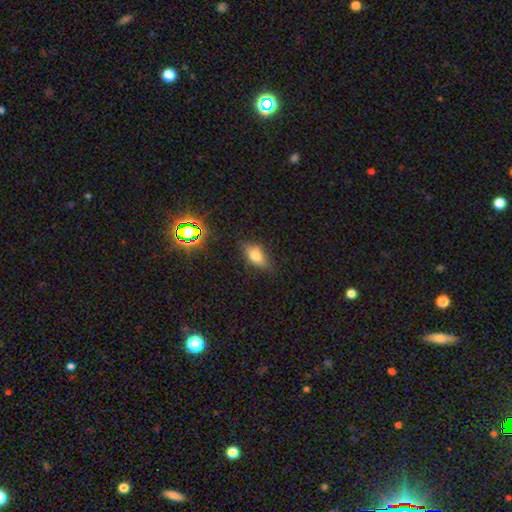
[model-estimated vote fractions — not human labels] smooth 62%, featured or disk 23%, star or artifact 15%. Down the decision tree: how rounded — in between (78%); merging — none (73%).